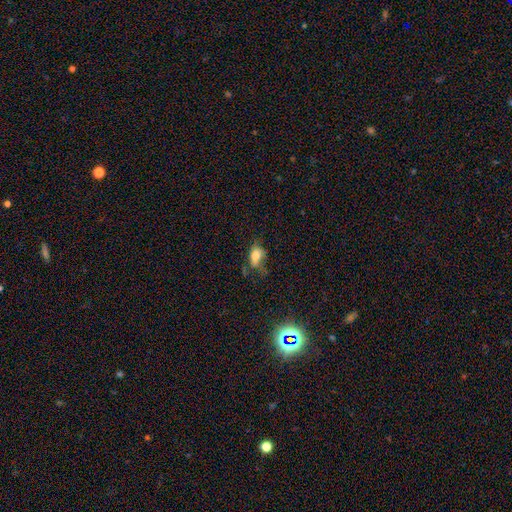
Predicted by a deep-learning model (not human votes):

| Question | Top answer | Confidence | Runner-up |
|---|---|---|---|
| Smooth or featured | smooth | 73% | featured or disk (15%) |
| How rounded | in between | 84% | round (11%) |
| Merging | none | 37% | minor disturbance (29%) |